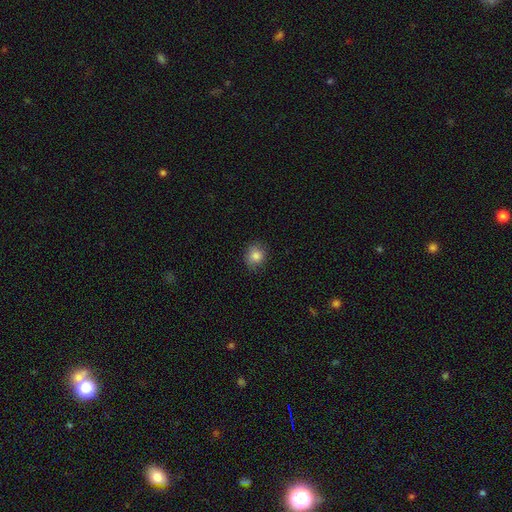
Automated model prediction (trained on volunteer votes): smooth 83%, star or artifact 10%, featured or disk 7%. Down the decision tree: how rounded — round (80%); merging — none (81%).